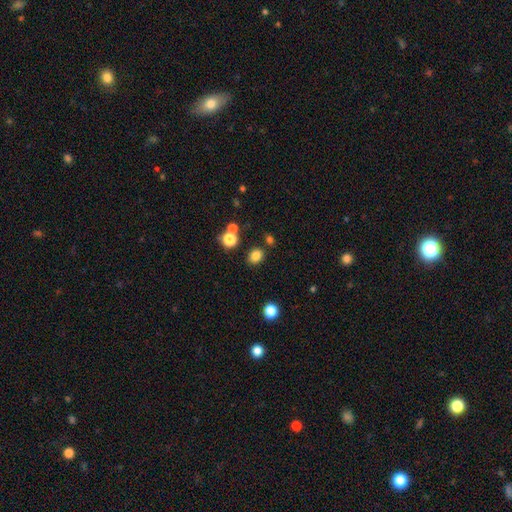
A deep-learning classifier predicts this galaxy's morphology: A smooth galaxy with no disk features (81%) that is round (54%).

Vote fractions:
- Smooth or featured? smooth: 81% / star or artifact: 13% / featured or disk: 5%
- How rounded? round: 54% / in between: 45% / cigar-shaped: 1%
- Merging? none: 80% / minor disturbance: 10% / merger: 7% / major disturbance: 3%